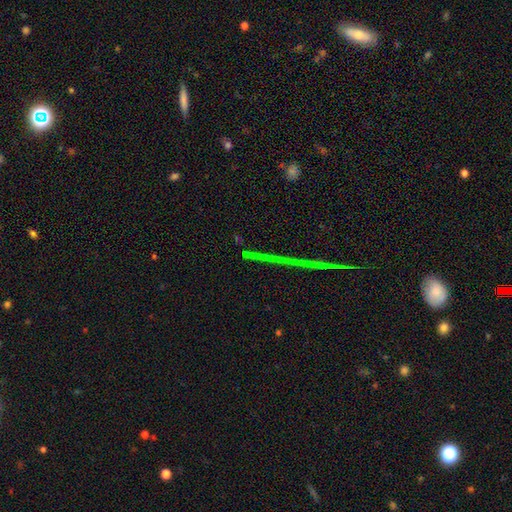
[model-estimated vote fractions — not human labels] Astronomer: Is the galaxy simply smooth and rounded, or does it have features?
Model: star or artifact — 80%.